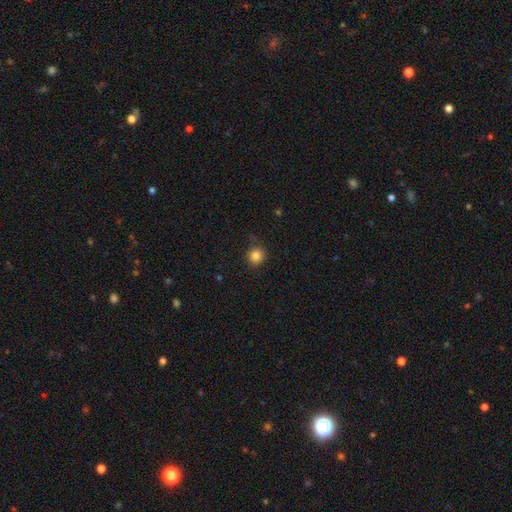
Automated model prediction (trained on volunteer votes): Smooth or featured?
  - smooth: 84% *
  - star or artifact: 12%
  - featured or disk: 5%
How rounded?
  - round: 92% *
  - in between: 7%
  - cigar-shaped: 1%
Merging?
  - none: 86% *
  - minor disturbance: 10%
  - major disturbance: 3%
  - merger: 2%